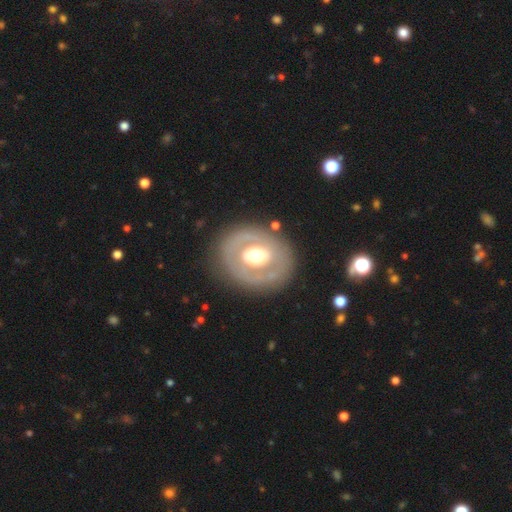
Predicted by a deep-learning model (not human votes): A featured or disk galaxy (63%) with no bar (67%), no spiral arms (77%) and a moderate central bulge (52%).

Vote fractions:
- Smooth or featured? featured or disk: 63% / smooth: 31% / star or artifact: 6%
- Edge-on disk? no: 95% / yes: 5%
- Bar? no: 67% / weak: 21% / strong: 12%
- Spiral arms? no: 77% / yes: 23%
- Bulge size? moderate: 52% / large: 38% / dominant: 5% / small: 4% / none: 1%
- Merging? none: 79% / minor disturbance: 12% / major disturbance: 7% / merger: 2%